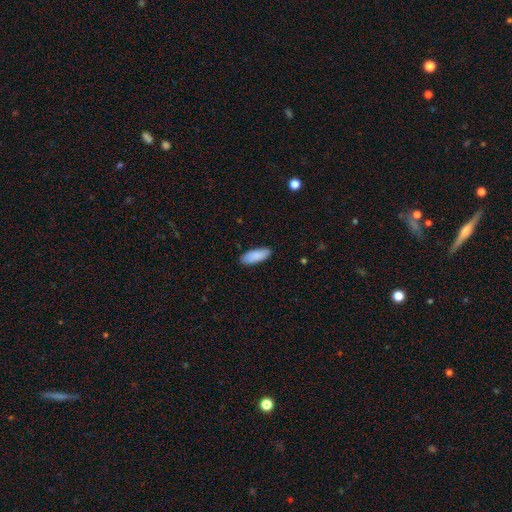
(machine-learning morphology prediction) A smooth galaxy with no disk features (89%) that is in between round and cigar-shaped (74%).

Vote fractions:
- Smooth or featured? smooth: 89% / star or artifact: 6% / featured or disk: 5%
- How rounded? in between: 74% / cigar-shaped: 24% / round: 2%
- Merging? none: 87% / minor disturbance: 10% / major disturbance: 2% / merger: 1%